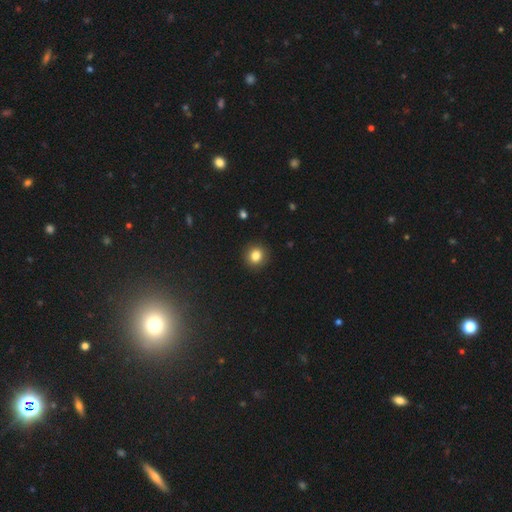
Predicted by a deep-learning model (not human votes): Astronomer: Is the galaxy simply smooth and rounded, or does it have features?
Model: smooth — 83%.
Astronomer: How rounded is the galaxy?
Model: round — 88%.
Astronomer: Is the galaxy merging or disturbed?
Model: none — 91%.